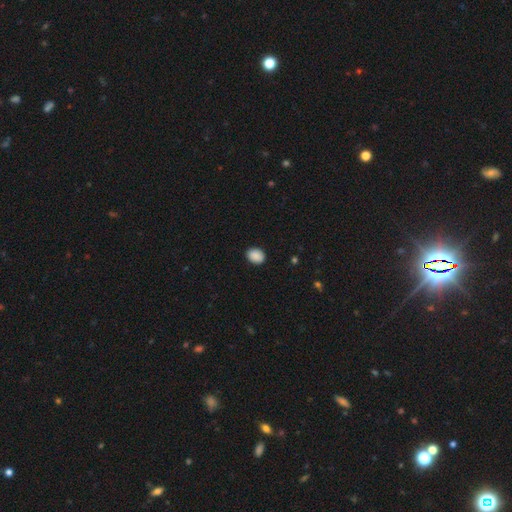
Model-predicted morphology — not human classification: type=smooth (90%); roundness=in between (61%); merging=none (89%).